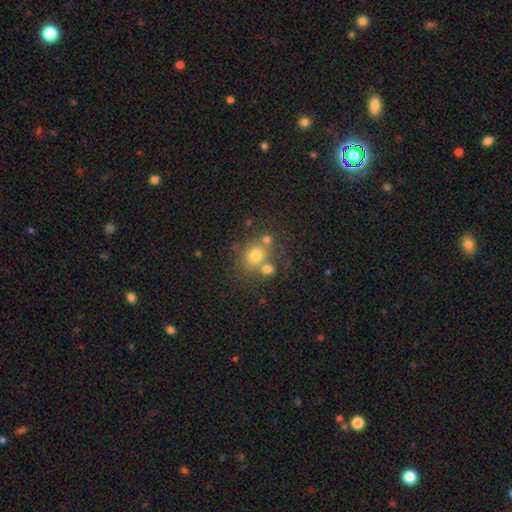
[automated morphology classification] Q: Smooth or featured?
A: smooth (71%); runner-up: star or artifact (15%)
Q: How rounded?
A: round (71%); runner-up: in between (28%)
Q: Merging?
A: none (54%); runner-up: merger (30%)